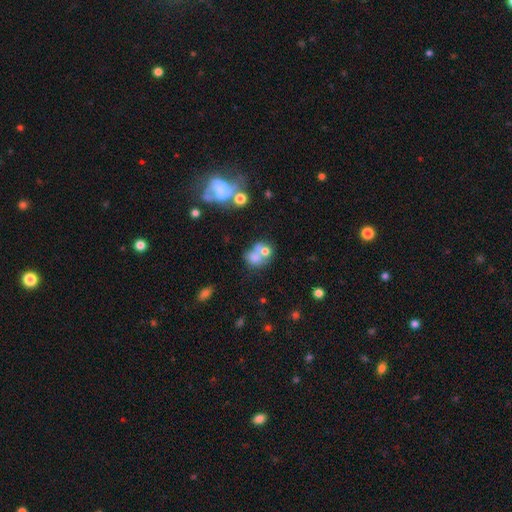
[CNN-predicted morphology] This appears to be a smooth galaxy with no disk features (62%) that is round (58%). Merging: merger (55%).